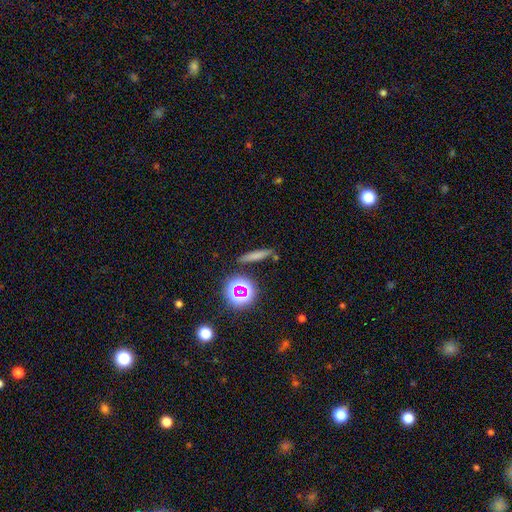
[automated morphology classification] Q: Smooth or featured?
A: smooth (67%); runner-up: star or artifact (17%)
Q: How rounded?
A: cigar-shaped (82%); runner-up: in between (10%)
Q: Merging?
A: none (82%); runner-up: minor disturbance (10%)